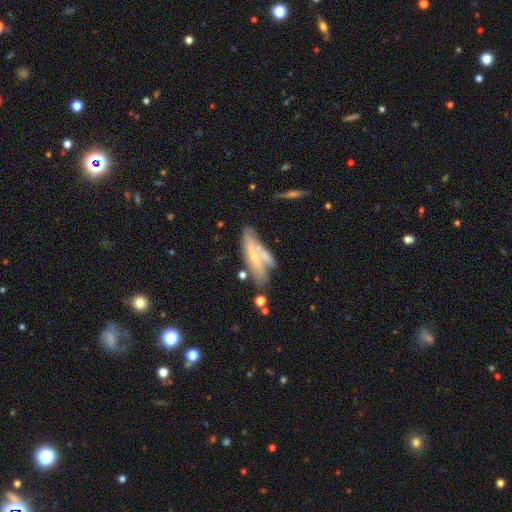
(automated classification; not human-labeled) Morphology: type=featured or disk (53%); edge-on=no (56%); merging=none (44%).